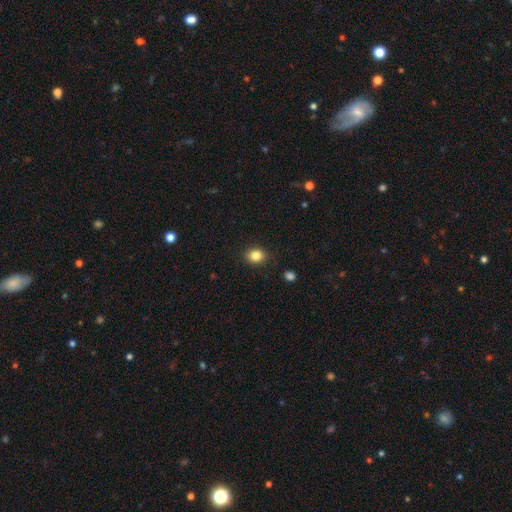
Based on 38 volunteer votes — Smooth or featured? smooth (89%)
How rounded? round (79%)
Merging? none (97%)